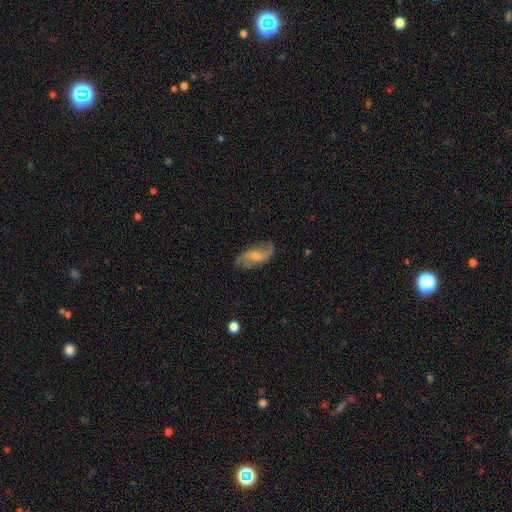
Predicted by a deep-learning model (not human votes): This is likely a featured or disk galaxy (66%). It is clearly not viewed edge-on (94%). Bar: possibly no (47%). Spiral arm pattern: clearly yes (91%). Spiral arm count: clearly 2 (87%). Spiral winding: likely loose (70%). Central bulge: possibly small (54%). Merging: likely none (74%).